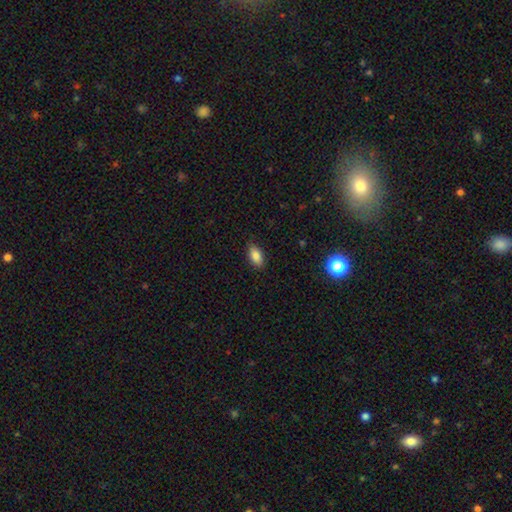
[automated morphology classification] Overall: smooth (85%). How rounded: in between (91%). Merging: none (87%).